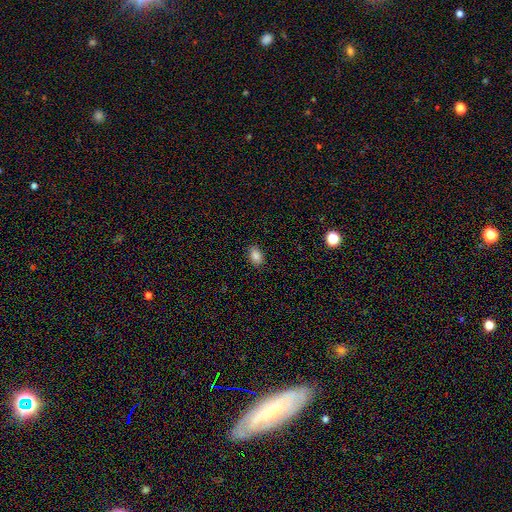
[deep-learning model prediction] This is clearly a smooth galaxy (86%). How rounded: clearly in between (82%). Merging: clearly none (88%).